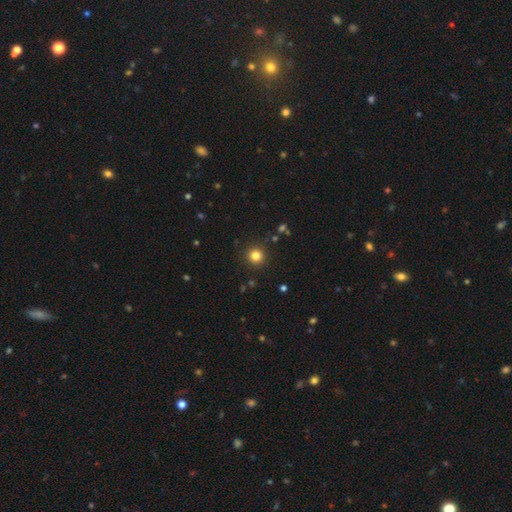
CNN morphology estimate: Overall: smooth (81%). How rounded: round (95%). Merging: none (90%).